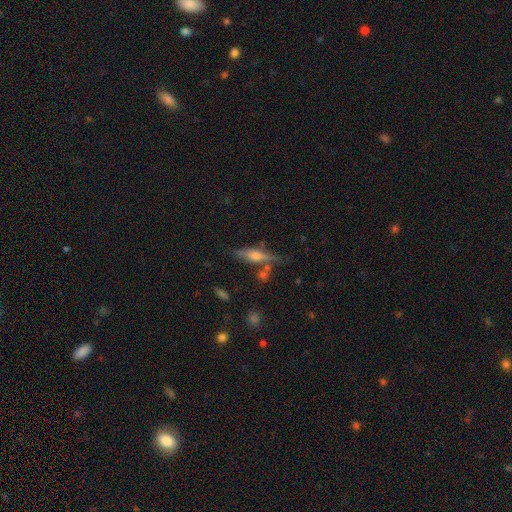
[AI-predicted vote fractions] smooth_or_featured: featured or disk (p=0.57) [alt: smooth p=0.34]
disk_edge_on: yes (p=0.92) [alt: no p=0.08]
edge_on_bulge: rounded (p=0.86) [alt: boxy p=0.08]
merging: none (p=0.69) [alt: minor disturbance p=0.16]